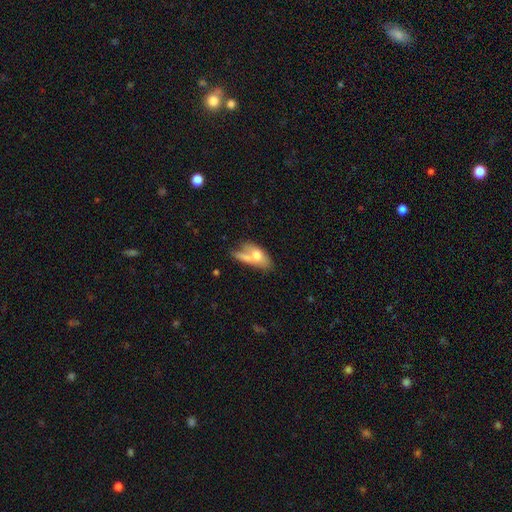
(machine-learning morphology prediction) The model was most divided on "merging": merger: 45%, none: 31%, minor disturbance: 14%, major disturbance: 10%. More confident: how rounded — in between (77%); smooth or featured — smooth (64%).